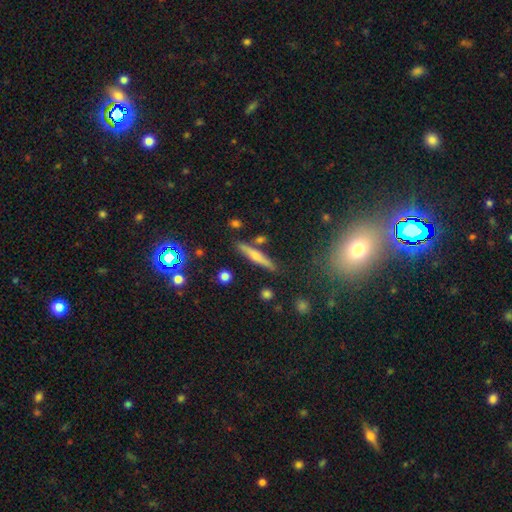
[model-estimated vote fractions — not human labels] This is possibly a smooth galaxy (52%). How rounded: clearly cigar-shaped (89%). Merging: clearly none (82%).